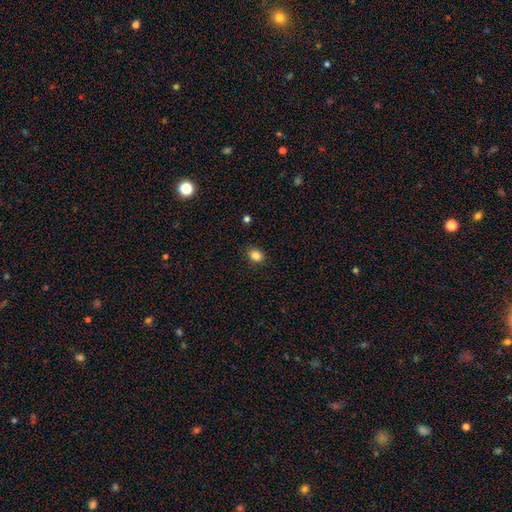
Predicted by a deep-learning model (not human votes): The model was most divided on "how rounded": in between: 54%, round: 45%, cigar-shaped: 1%. More confident: merging — none (87%); smooth or featured — smooth (85%).